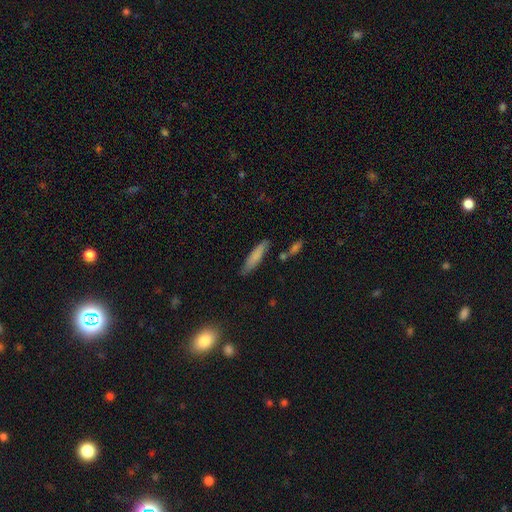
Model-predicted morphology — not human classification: type=smooth (77%); roundness=cigar-shaped (82%); merging=none (80%).